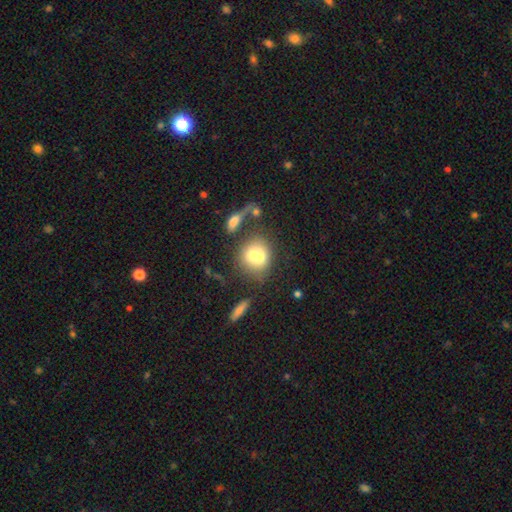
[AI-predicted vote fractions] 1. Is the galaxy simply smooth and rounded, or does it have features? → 67% smooth, 23% featured or disk, 10% star or artifact.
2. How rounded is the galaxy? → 73% round, 25% in between, 1% cigar-shaped.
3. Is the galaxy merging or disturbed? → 49% merger, 33% none, 10% minor disturbance, 8% major disturbance.